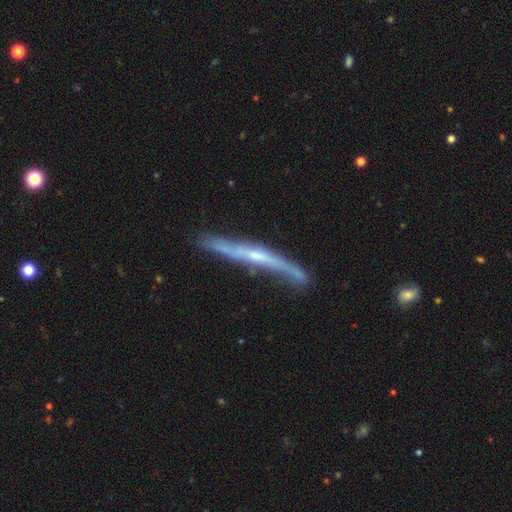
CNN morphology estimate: A featured or disk galaxy (76%) viewed edge-on (89%) with a rounded central bulge (52%). Merging: none (67%).